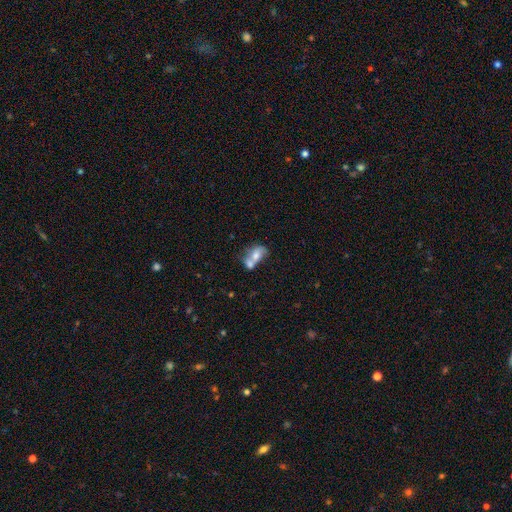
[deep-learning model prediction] Smooth or featured?
  - smooth: 56% *
  - featured or disk: 35%
  - star or artifact: 9%
How rounded?
  - in between: 77% *
  - round: 21%
  - cigar-shaped: 3%
Merging?
  - merger: 68% *
  - none: 16%
  - minor disturbance: 9%
  - major disturbance: 7%